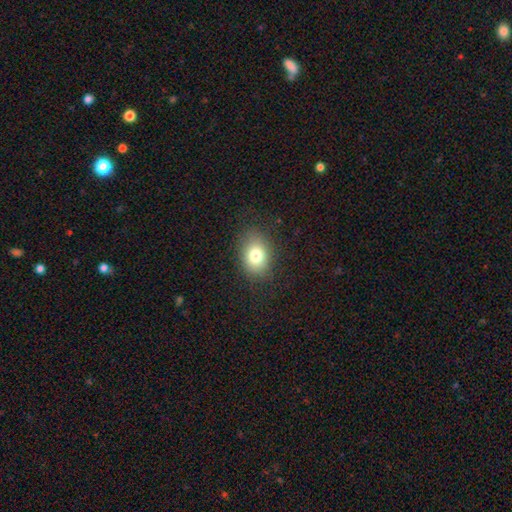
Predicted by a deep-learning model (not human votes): Q: Smooth or featured?
A: smooth (78%); runner-up: star or artifact (12%)
Q: How rounded?
A: in between (66%); runner-up: round (33%)
Q: Merging?
A: none (84%); runner-up: minor disturbance (11%)